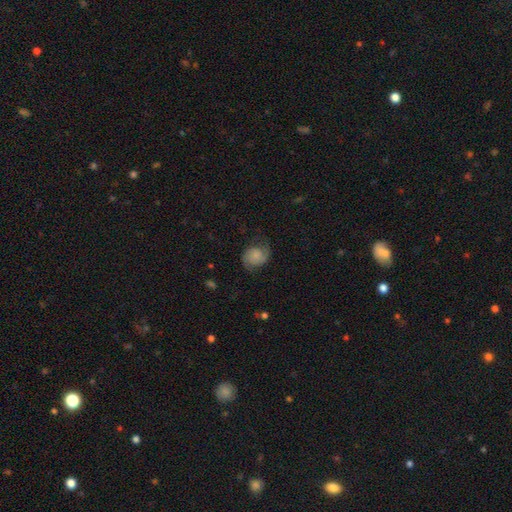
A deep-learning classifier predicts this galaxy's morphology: featured or disk 54%, smooth 37%, star or artifact 9%. Down the decision tree: edge-on disk — no (98%); bar — no (72%); spiral arms — yes (92%); bulge size — none (34%); merging — none (67%).